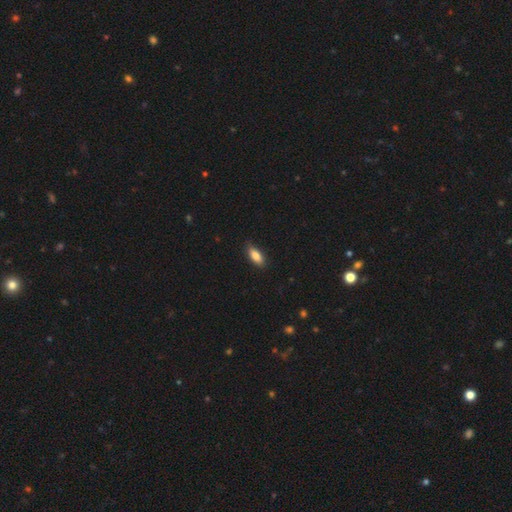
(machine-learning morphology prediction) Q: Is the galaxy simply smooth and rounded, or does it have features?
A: smooth — 84%.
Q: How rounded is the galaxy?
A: in between — 82%.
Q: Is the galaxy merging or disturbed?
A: none — 84%.